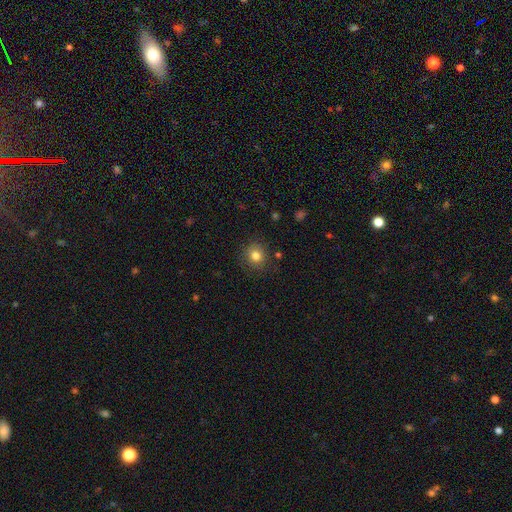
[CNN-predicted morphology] This is clearly a smooth galaxy (81%). How rounded: clearly round (88%). Merging: clearly none (87%).